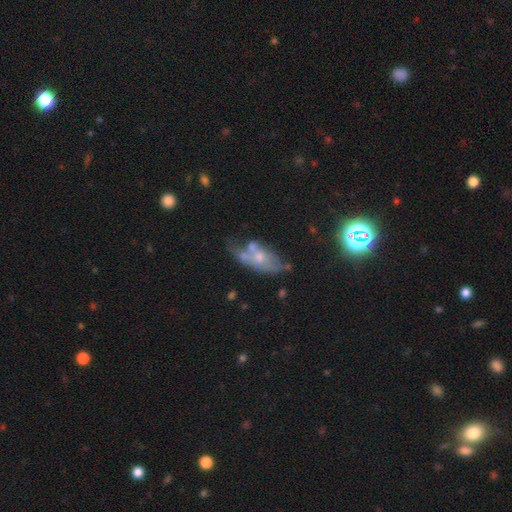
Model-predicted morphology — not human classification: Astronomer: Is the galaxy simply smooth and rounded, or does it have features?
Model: featured or disk — 54% (runner-up: smooth, 36%).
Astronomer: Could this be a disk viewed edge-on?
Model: no — 88%.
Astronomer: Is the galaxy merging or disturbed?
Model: none — 31% (runner-up: minor disturbance, 24%).